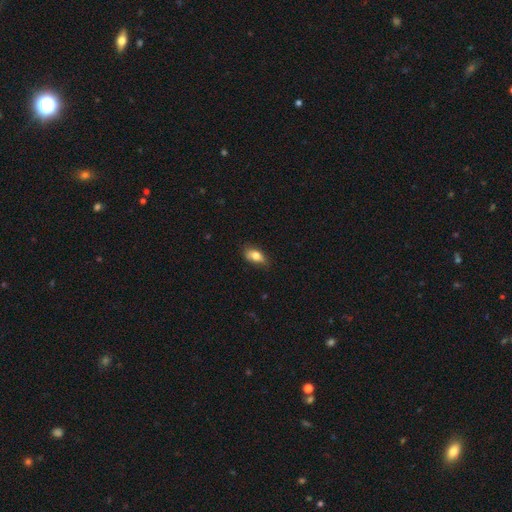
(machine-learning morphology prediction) A smooth galaxy with no disk features (77%) that is in between round and cigar-shaped (84%). Merging: none (71%).